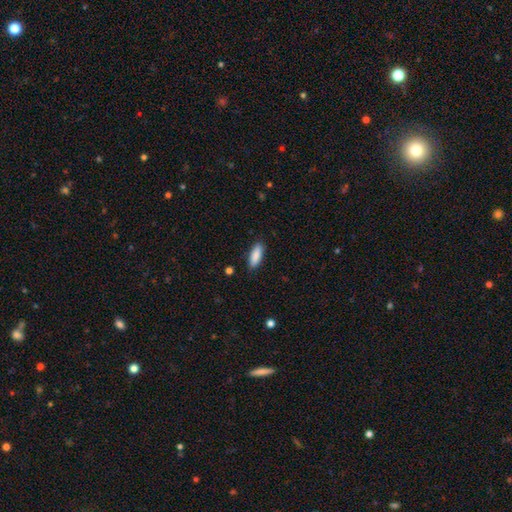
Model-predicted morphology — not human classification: Overall: smooth (87%). How rounded: in between (62%; cigar-shaped 36%). Merging: none (85%).